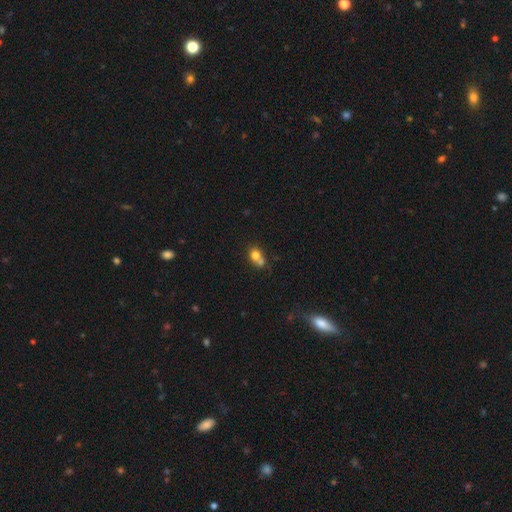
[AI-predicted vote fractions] A smooth galaxy with no disk features (74%) that is round (62%). Merging: merger (48%).